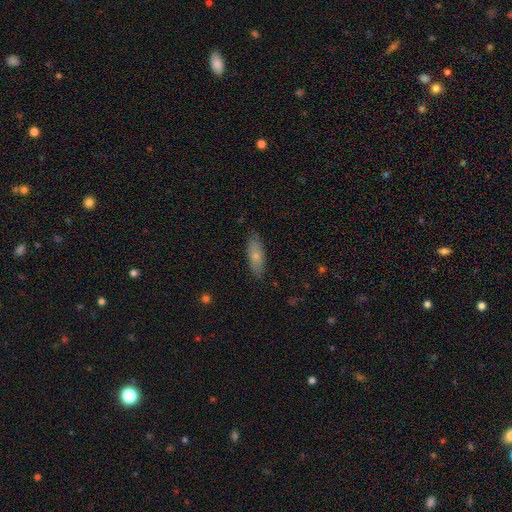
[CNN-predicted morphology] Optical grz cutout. It shows a smooth galaxy with no disk features (68%) that is in between round and cigar-shaped (64%). Merging: none (82%).